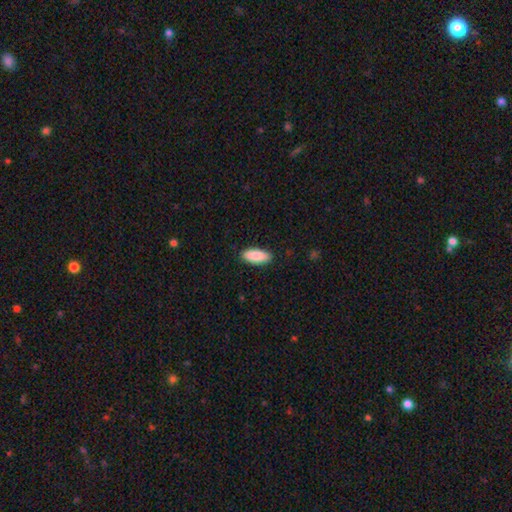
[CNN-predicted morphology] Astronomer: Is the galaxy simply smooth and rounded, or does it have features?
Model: smooth — 87%.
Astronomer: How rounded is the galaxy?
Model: in between — 82%.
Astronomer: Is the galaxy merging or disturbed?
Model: none — 89%.